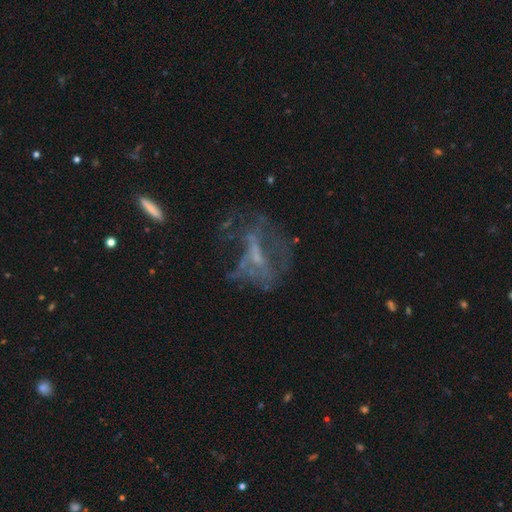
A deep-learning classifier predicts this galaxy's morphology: Smooth or featured? featured or disk (58%)
Edge-on disk? no (94%)
Bar? no (65%)
Spiral arms? no (79%)
Bulge size? none (44%)
Merging? none (40%)